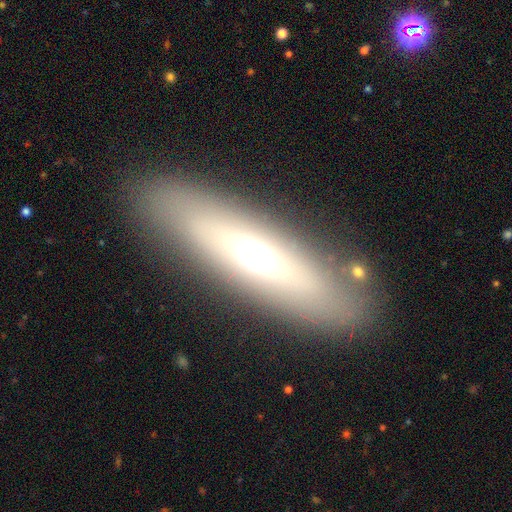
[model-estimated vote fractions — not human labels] Smooth or featured?
  - smooth: 49% *
  - featured or disk: 41%
  - star or artifact: 10%
Merging?
  - none: 84% *
  - minor disturbance: 9%
  - major disturbance: 4%
  - merger: 2%